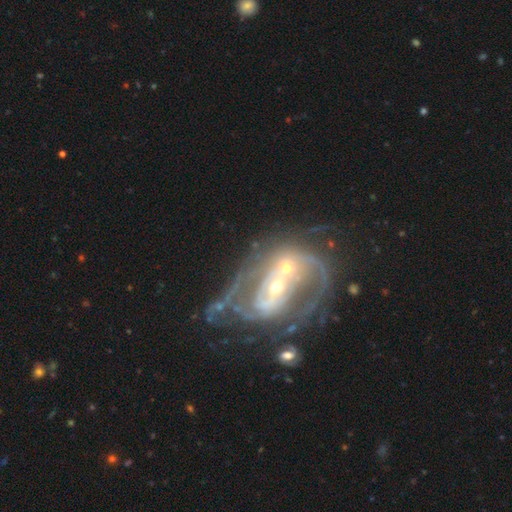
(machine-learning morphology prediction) The model was most divided on "spiral winding": medium: 43%, tight: 30%, loose: 27%. Remaining: edge-on disk — no (96%); spiral arms — yes (84%); smooth or featured — featured or disk (84%); spiral arm count — 2 (59%); bulge size — small (58%); merging — merger (57%); bar — no (45%).